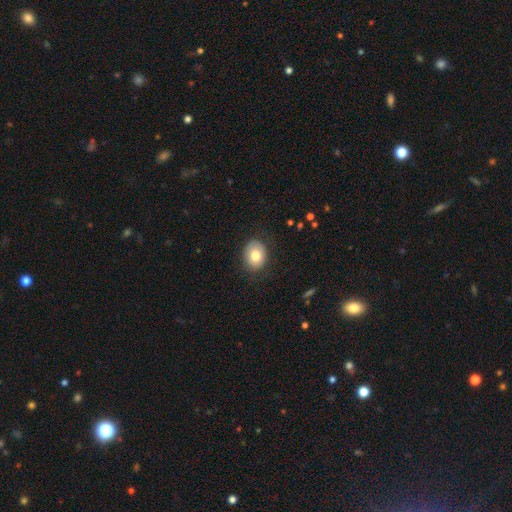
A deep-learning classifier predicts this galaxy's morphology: Smooth or featured? smooth (77%)
How rounded? in between (53%)
Merging? none (82%)